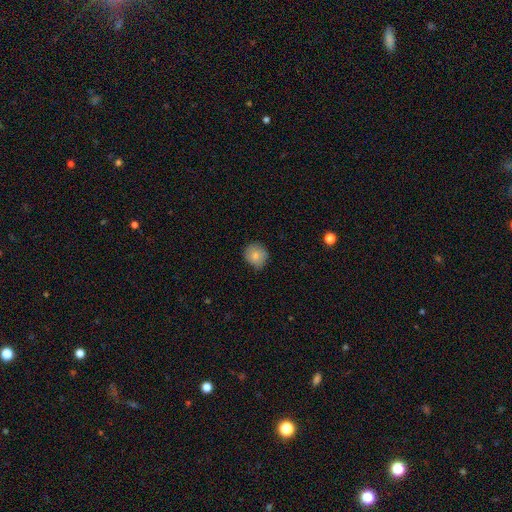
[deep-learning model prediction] Overall: smooth (82%). How rounded: round (87%). Merging: none (78%).